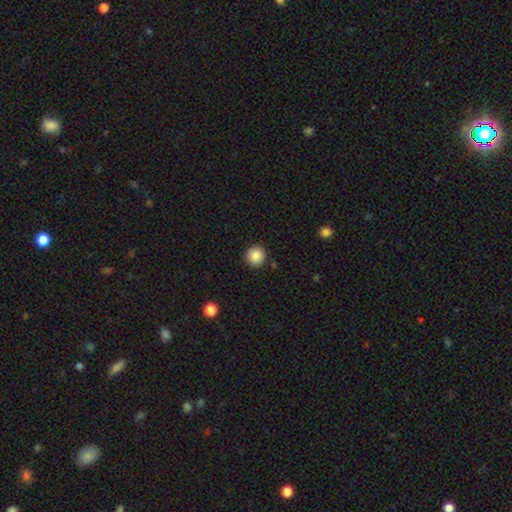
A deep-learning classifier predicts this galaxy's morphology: Smooth or featured? Predicted: smooth (p=0.87). How rounded? Predicted: round (p=0.93). Merging? Predicted: none (p=0.90).